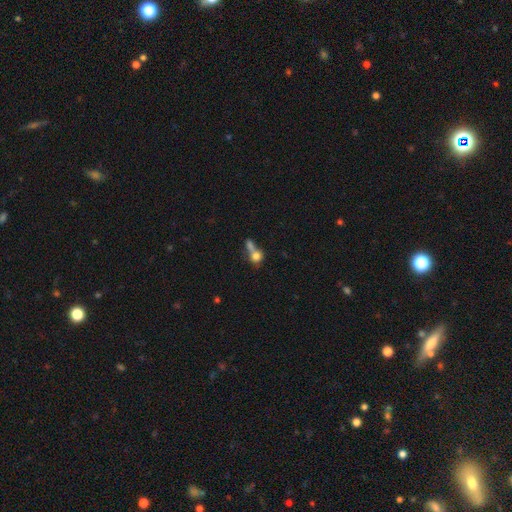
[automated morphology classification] Smooth or featured? smooth (72%)
How rounded? round (67%)
Merging? merger (55%)